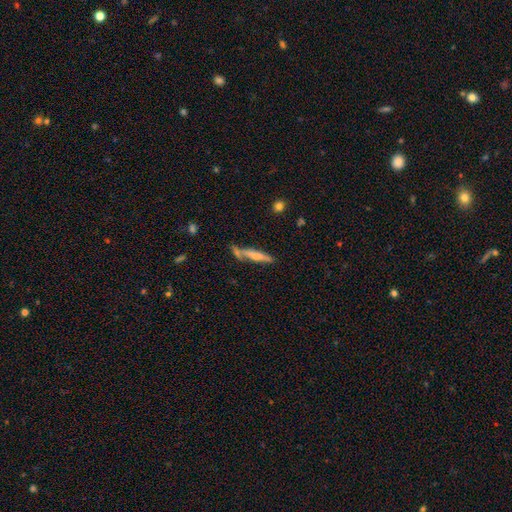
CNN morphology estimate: Smooth or featured?
  - smooth: 55% *
  - featured or disk: 39%
  - star or artifact: 7%
How rounded?
  - cigar-shaped: 87% *
  - in between: 11%
  - round: 2%
Merging?
  - none: 56% *
  - merger: 20%
  - minor disturbance: 18%
  - major disturbance: 6%